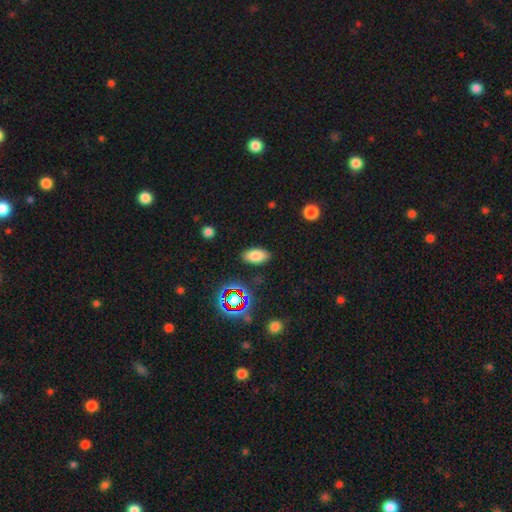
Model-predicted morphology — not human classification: A smooth galaxy with no disk features (79%) that is in between round and cigar-shaped (92%). Merging: none (86%).